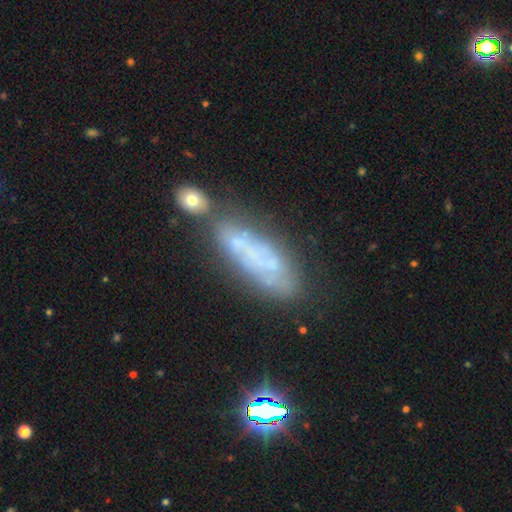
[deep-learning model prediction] Smooth or featured?
  - featured or disk: 49% *
  - smooth: 36%
  - star or artifact: 15%
Merging?
  - none: 48% *
  - minor disturbance: 21%
  - merger: 20%
  - major disturbance: 12%